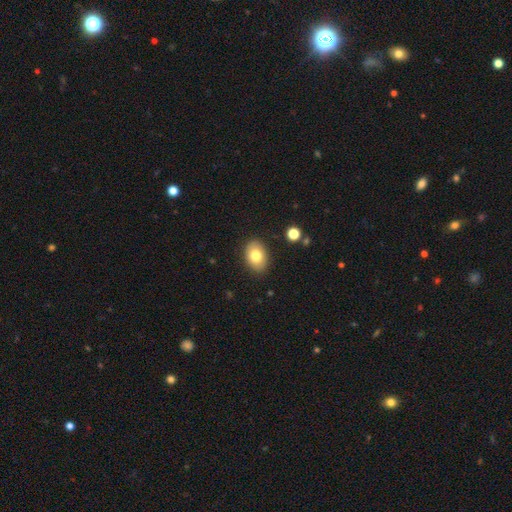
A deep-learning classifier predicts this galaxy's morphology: The model was most divided on "how rounded": in between: 81%, round: 18%, cigar-shaped: 1%. More confident: merging — none (87%); smooth or featured — smooth (79%).